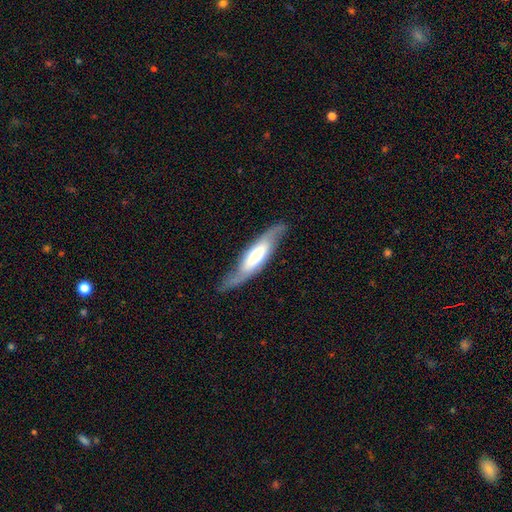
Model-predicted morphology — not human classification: featured or disk 66%, smooth 29%, star or artifact 5%. Down the decision tree: edge-on disk — no (59%); merging — none (72%).